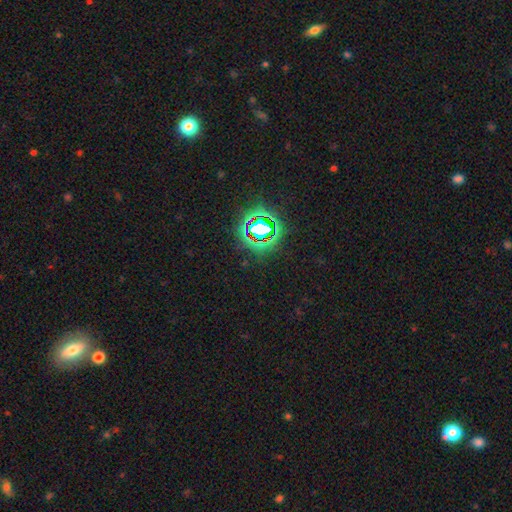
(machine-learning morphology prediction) Smooth or featured? Predicted: star or artifact (p=0.80).